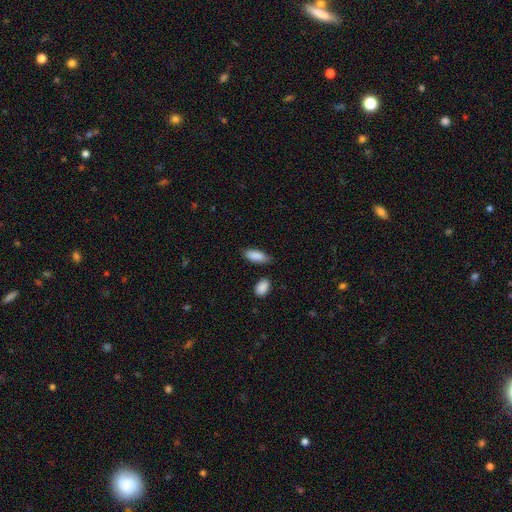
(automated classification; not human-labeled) Q: Smooth or featured?
A: smooth (89%); runner-up: star or artifact (6%)
Q: How rounded?
A: in between (80%); runner-up: cigar-shaped (18%)
Q: Merging?
A: none (74%); runner-up: minor disturbance (17%)